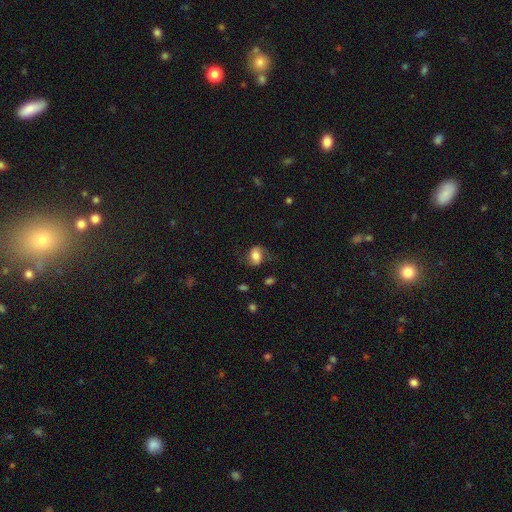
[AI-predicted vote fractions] Overall: smooth (52%; featured or disk 39%). How rounded: in between (66%; round 33%). Merging: none (64%).